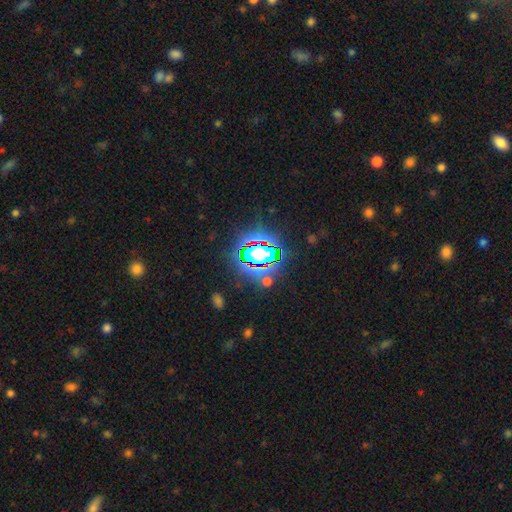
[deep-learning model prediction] Q: Smooth or featured?
A: star or artifact (79%); runner-up: smooth (12%)